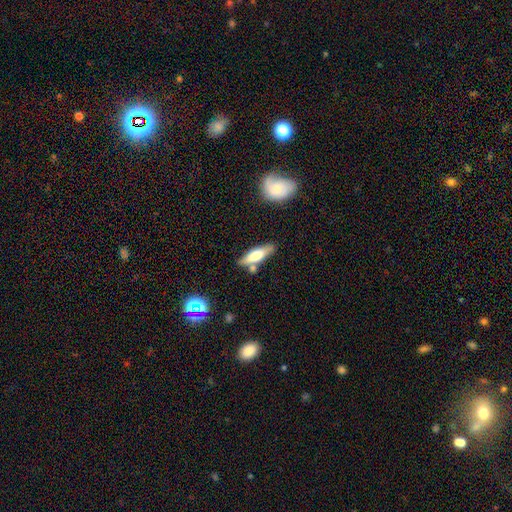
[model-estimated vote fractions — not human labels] smooth 61%, featured or disk 32%, star or artifact 7%. Down the decision tree: how rounded — cigar-shaped (57%); merging — none (70%).